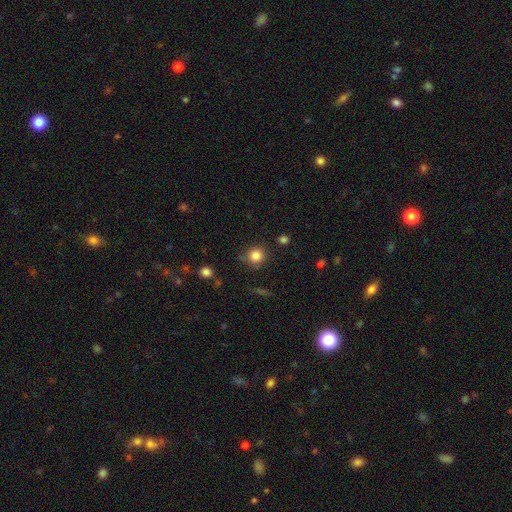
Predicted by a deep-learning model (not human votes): A smooth galaxy with no disk features (84%) that is round (91%). Merging: none (80%).